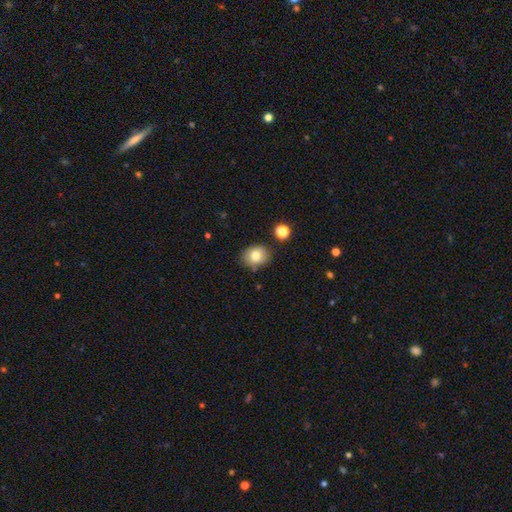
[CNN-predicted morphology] smooth-or-featured: smooth: 79% | featured or disk: 11% | star or artifact: 10%
  how-rounded: round: 56% | in between: 43% | cigar-shaped: 1%
  merging: none: 80% | minor disturbance: 13% | merger: 4% | major disturbance: 3%